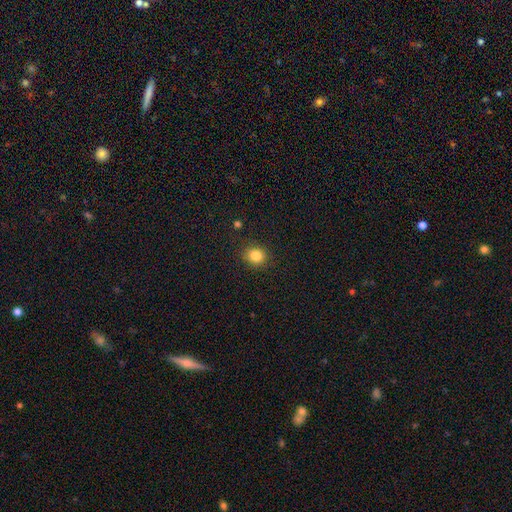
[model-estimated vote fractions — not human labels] smooth_or_featured: smooth (p=0.84) [alt: star or artifact p=0.11]
how_rounded: round (p=0.76) [alt: in between p=0.23]
merging: none (p=0.88) [alt: minor disturbance p=0.08]